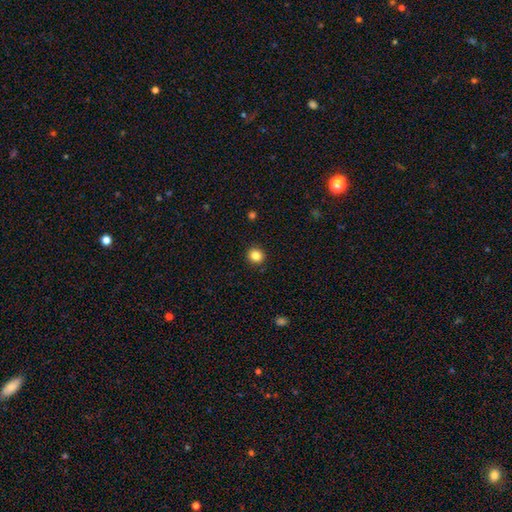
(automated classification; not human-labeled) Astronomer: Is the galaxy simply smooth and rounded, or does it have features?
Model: smooth — 84%.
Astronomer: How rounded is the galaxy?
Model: round — 91%.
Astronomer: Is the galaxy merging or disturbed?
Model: none — 92%.